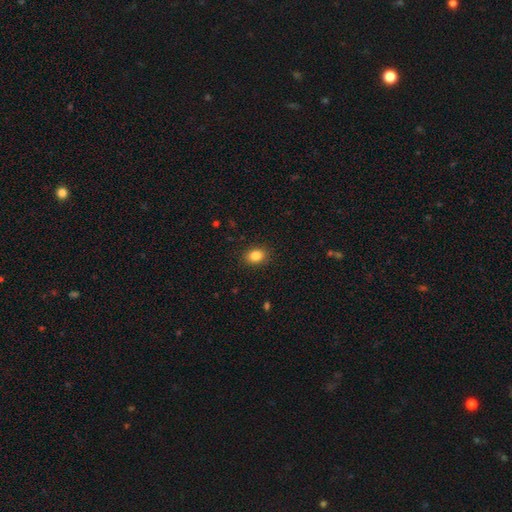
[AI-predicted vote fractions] Overall: smooth (85%). How rounded: in between (66%; round 33%). Merging: none (89%).